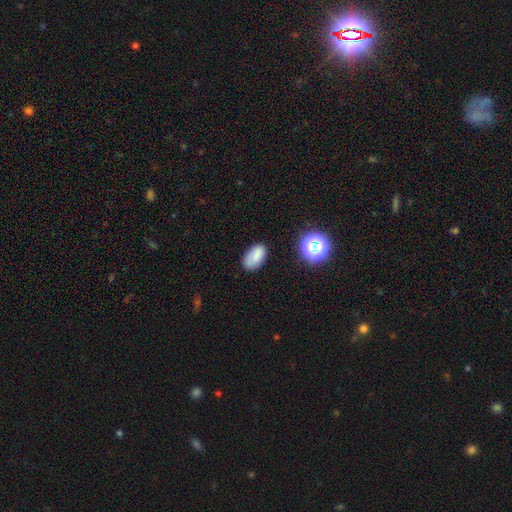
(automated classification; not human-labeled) smooth-or-featured: smooth: 80% | star or artifact: 11% | featured or disk: 9%
  how-rounded: in between: 93% | round: 6% | cigar-shaped: 2%
  merging: none: 73% | minor disturbance: 19% | major disturbance: 5% | merger: 3%